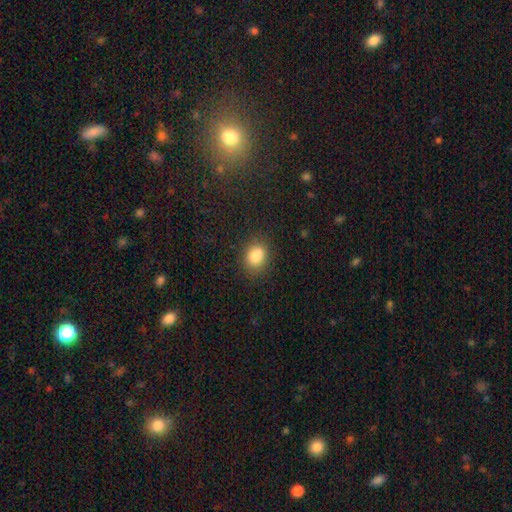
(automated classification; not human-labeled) This is clearly a smooth galaxy (84%). How rounded: possibly in between (53%). Merging: clearly none (82%).